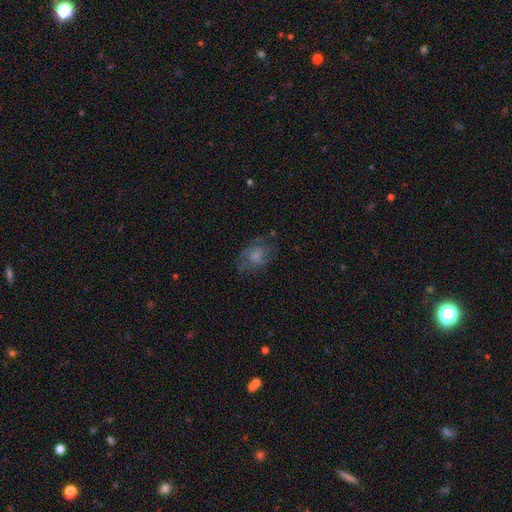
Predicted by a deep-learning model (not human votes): smooth_or_featured: smooth (p=0.48) [alt: featured or disk p=0.41]
merging: none (p=0.58) [alt: minor disturbance p=0.23]